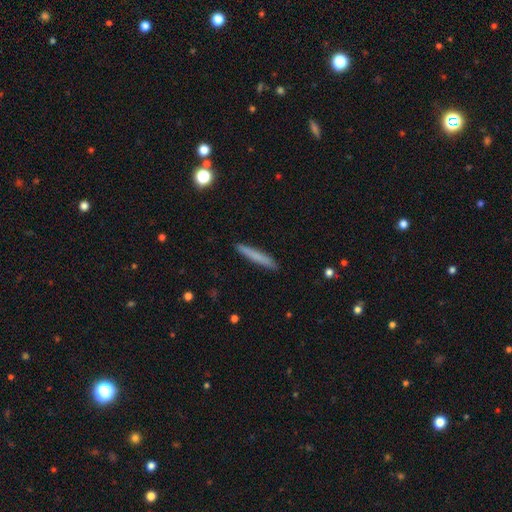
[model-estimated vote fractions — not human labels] Q: Smooth or featured?
A: smooth (74%); runner-up: featured or disk (20%)
Q: How rounded?
A: cigar-shaped (96%); runner-up: in between (3%)
Q: Merging?
A: none (92%); runner-up: minor disturbance (6%)